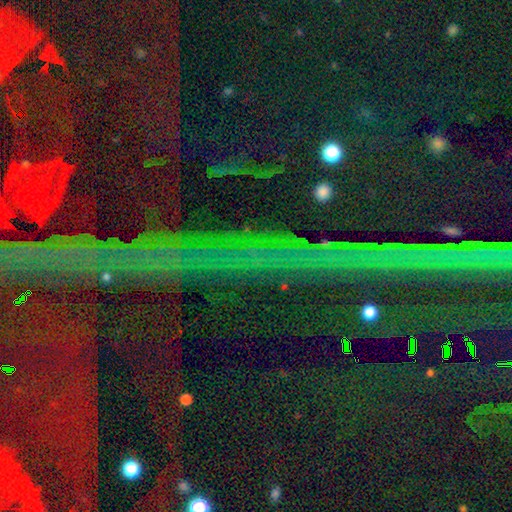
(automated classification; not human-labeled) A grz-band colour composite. It shows a star or artifact, not a galaxy (84%).